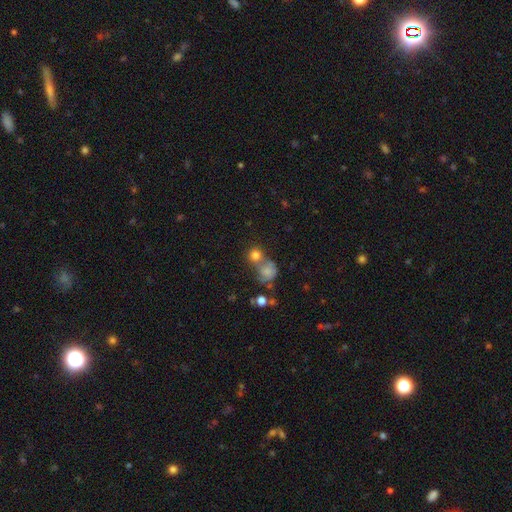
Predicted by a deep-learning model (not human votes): Smooth or featured? Predicted: smooth (p=0.75). How rounded? Predicted: round (p=0.83). Merging? Predicted: none (p=0.43, tied with merger).